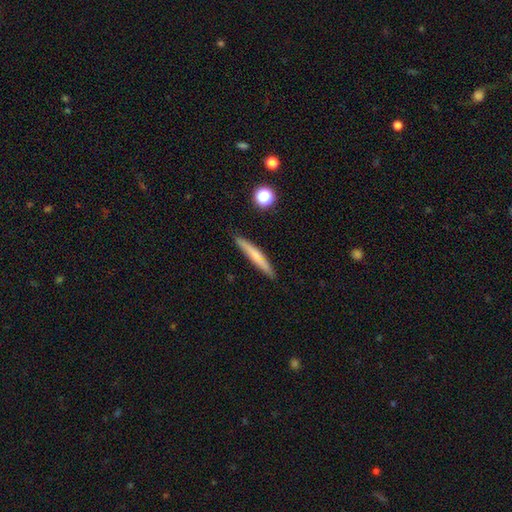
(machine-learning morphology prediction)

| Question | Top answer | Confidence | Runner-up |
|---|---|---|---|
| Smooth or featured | smooth | 56% | featured or disk (37%) |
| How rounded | cigar-shaped | 93% | in between (5%) |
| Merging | none | 87% | minor disturbance (9%) |